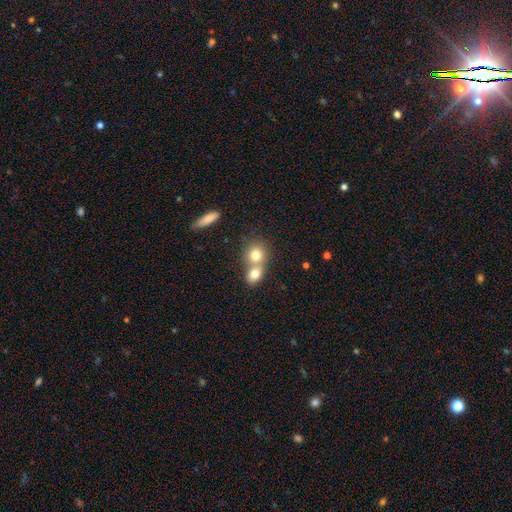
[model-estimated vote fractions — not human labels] smooth_or_featured: smooth (p=0.77) [alt: featured or disk p=0.14]
how_rounded: round (p=0.71) [alt: in between p=0.27]
merging: merger (p=0.62) [alt: none p=0.30]